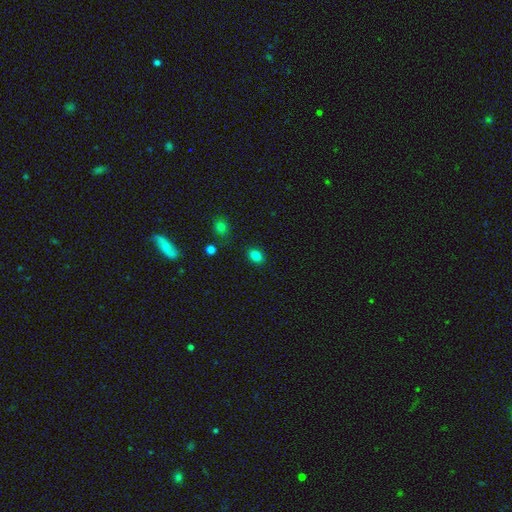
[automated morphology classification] This appears to be a smooth galaxy with no disk features (83%) that is in between round and cigar-shaped (70%). Merging: none (85%).